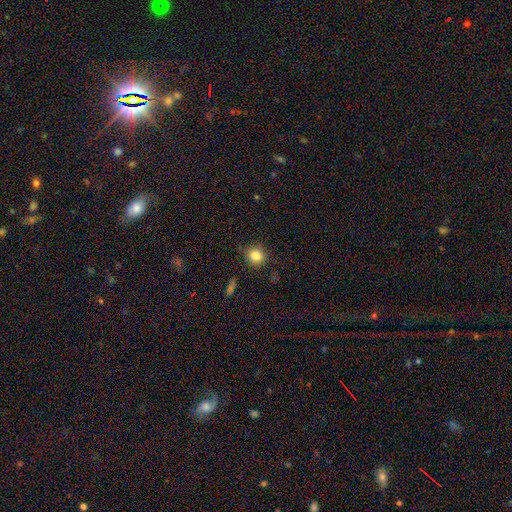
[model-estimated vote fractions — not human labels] The model was most divided on "smooth or featured": smooth: 83%, star or artifact: 11%, featured or disk: 6%. More confident: how rounded — round (89%); merging — none (88%).